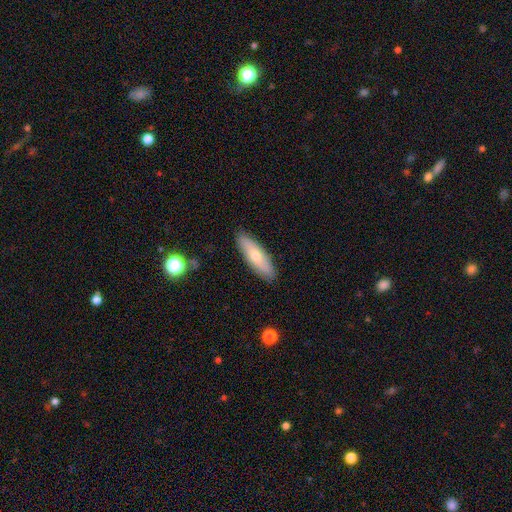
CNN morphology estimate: Smooth or featured? smooth (64%)
How rounded? cigar-shaped (54%)
Merging? none (88%)